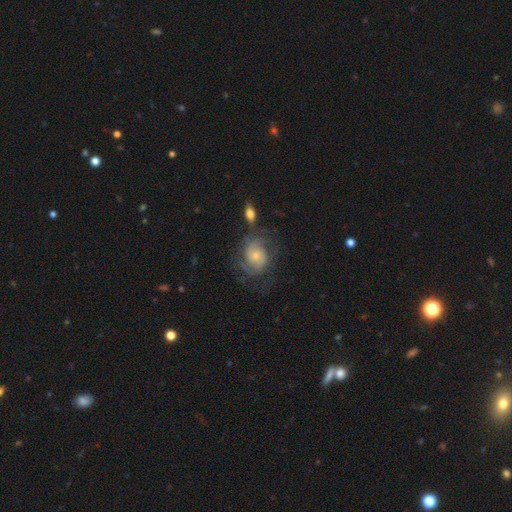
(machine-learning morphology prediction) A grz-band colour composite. It shows a featured or disk galaxy (71%) with no bar (72%), 2 (44%) tight (42%) spiral arms (88%) and a small central bulge (59%). Merging: none (53%).